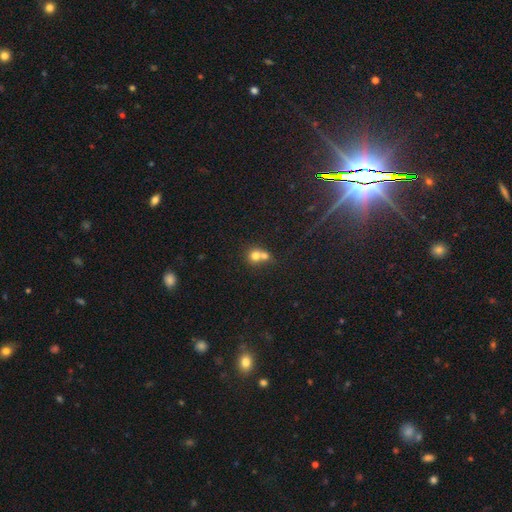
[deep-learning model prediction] Smooth or featured?
  - smooth: 72% *
  - featured or disk: 16%
  - star or artifact: 12%
How rounded?
  - round: 82% *
  - in between: 17%
  - cigar-shaped: 1%
Merging?
  - merger: 61% *
  - none: 30%
  - minor disturbance: 5%
  - major disturbance: 3%